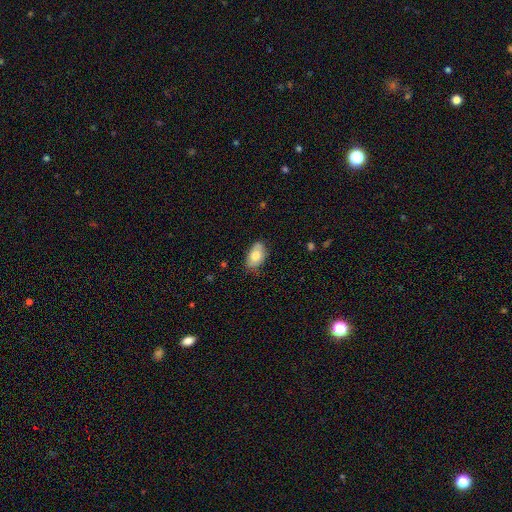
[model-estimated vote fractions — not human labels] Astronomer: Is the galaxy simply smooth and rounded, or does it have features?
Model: smooth — 76%.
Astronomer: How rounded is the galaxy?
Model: in between — 92%.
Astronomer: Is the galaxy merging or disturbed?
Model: none — 74%.